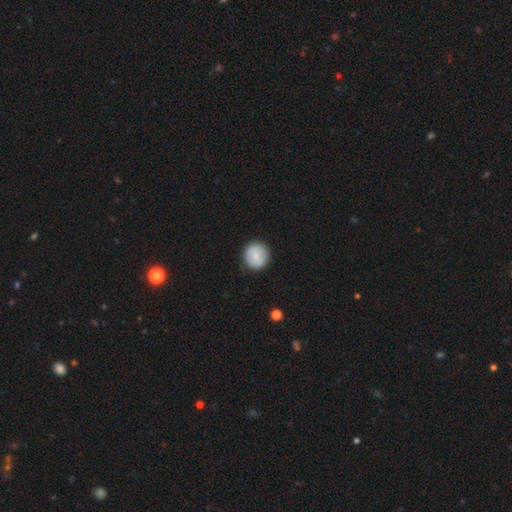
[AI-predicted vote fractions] Overall: smooth (73%). How rounded: round (93%). Merging: none (90%).